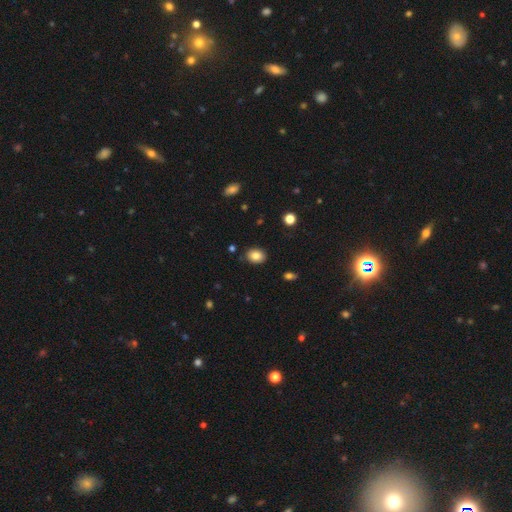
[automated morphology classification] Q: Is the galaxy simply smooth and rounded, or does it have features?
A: smooth — 83%.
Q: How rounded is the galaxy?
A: in between — 59%.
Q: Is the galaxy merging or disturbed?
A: none — 86%.